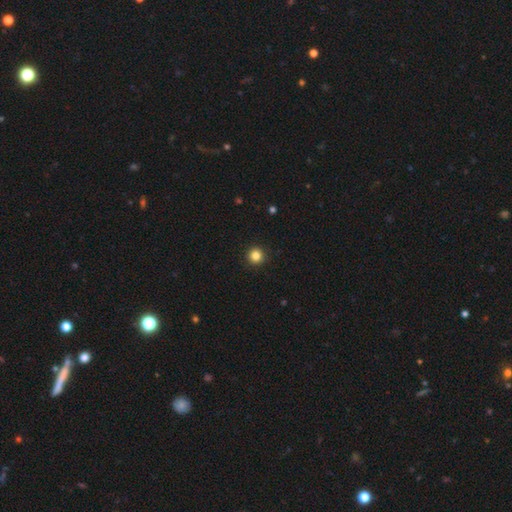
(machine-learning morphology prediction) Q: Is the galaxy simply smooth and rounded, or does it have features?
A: smooth — 84%.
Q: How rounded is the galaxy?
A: round — 96%.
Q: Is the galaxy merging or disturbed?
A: none — 93%.